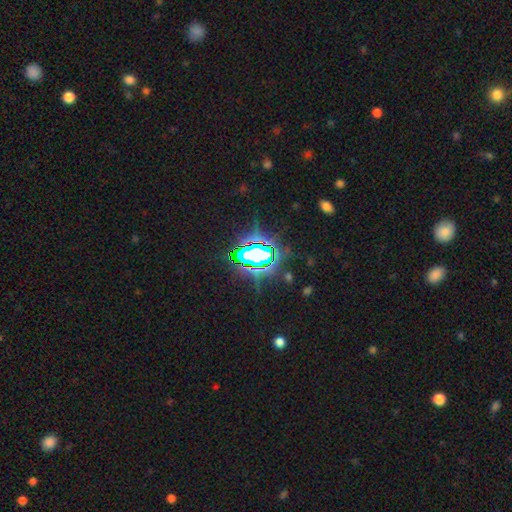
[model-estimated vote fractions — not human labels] Smooth or featured?
  - star or artifact: 75% *
  - smooth: 13%
  - featured or disk: 12%